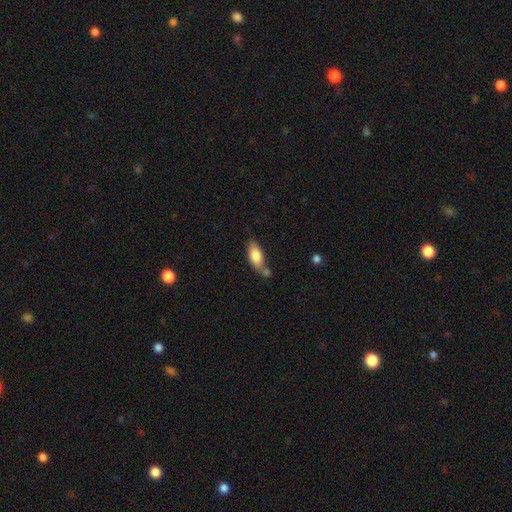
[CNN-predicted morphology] This appears to be a smooth galaxy with no disk features (77%) that is in between round and cigar-shaped (80%). Merging: none (50%).